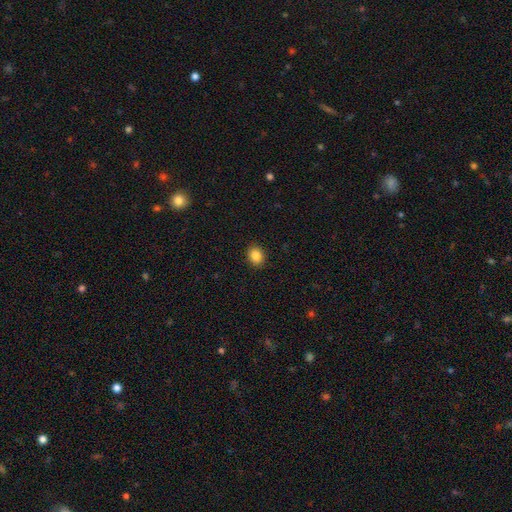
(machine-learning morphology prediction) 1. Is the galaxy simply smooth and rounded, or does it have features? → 86% smooth, 10% star or artifact, 5% featured or disk.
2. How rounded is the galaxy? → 54% round, 45% in between, 1% cigar-shaped.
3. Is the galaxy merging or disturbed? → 91% none, 6% minor disturbance, 2% major disturbance, 1% merger.